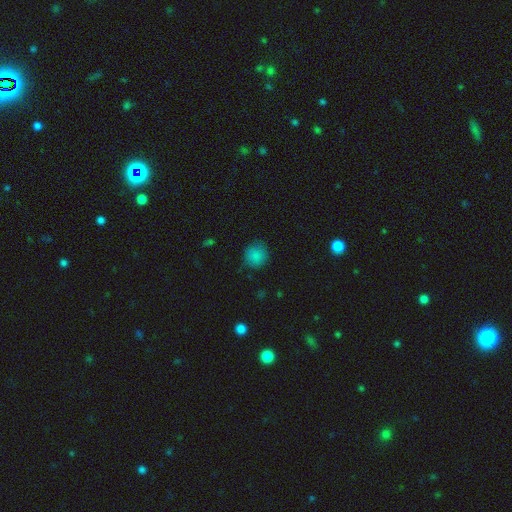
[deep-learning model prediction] A smooth galaxy with no disk features (84%) that is round (87%).

Vote fractions:
- Smooth or featured? smooth: 84% / star or artifact: 10% / featured or disk: 5%
- How rounded? round: 87% / in between: 12% / cigar-shaped: 1%
- Merging? none: 77% / minor disturbance: 17% / major disturbance: 4% / merger: 1%